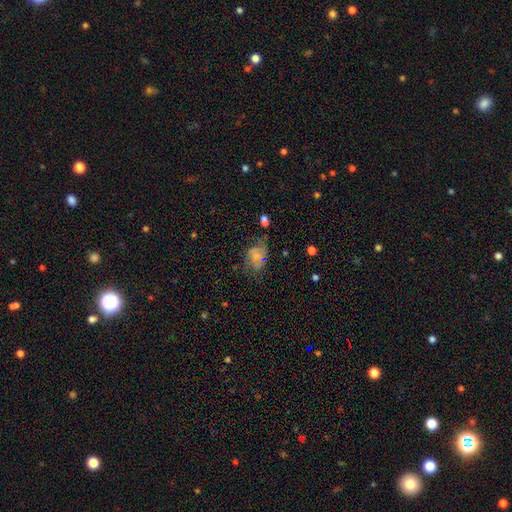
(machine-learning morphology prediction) type=featured or disk (48%); merging=none (43%).